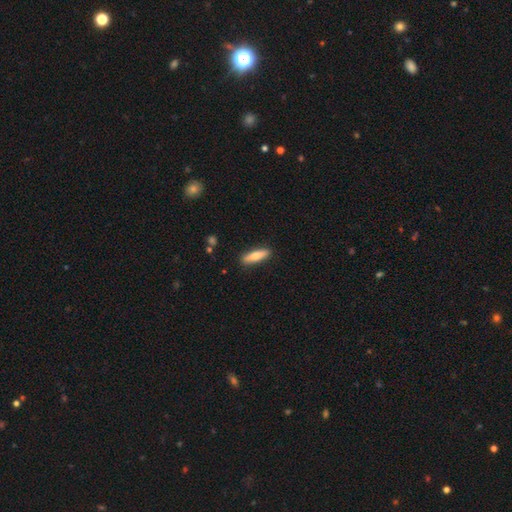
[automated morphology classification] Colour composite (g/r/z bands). It shows a smooth galaxy with no disk features (71%) that is cigar-shaped (66%). Merging: none (89%).